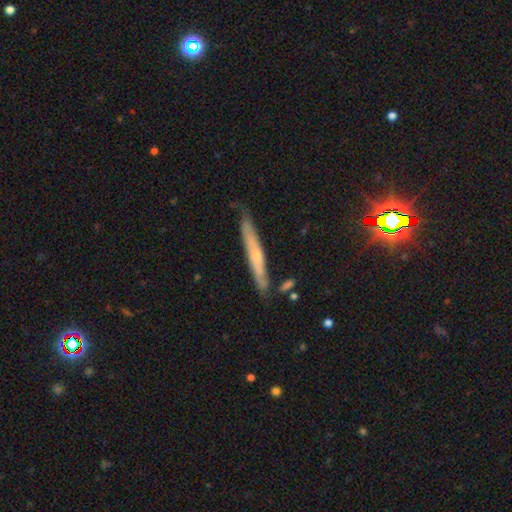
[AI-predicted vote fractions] Smooth or featured? Predicted: featured or disk (p=0.53). Edge-on disk? Predicted: yes (p=0.87). Merging? Predicted: none (p=0.77).